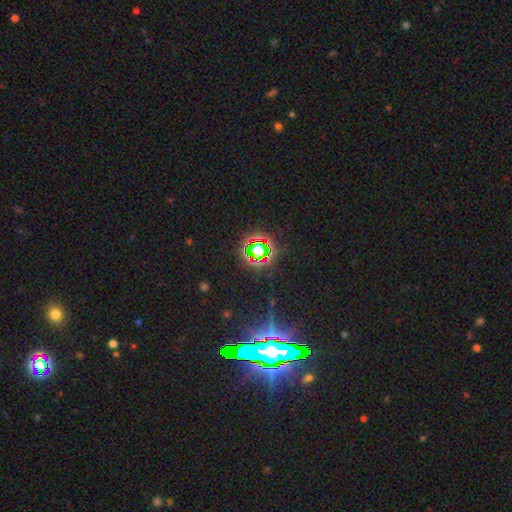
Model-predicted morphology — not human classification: type=star or artifact (76%).